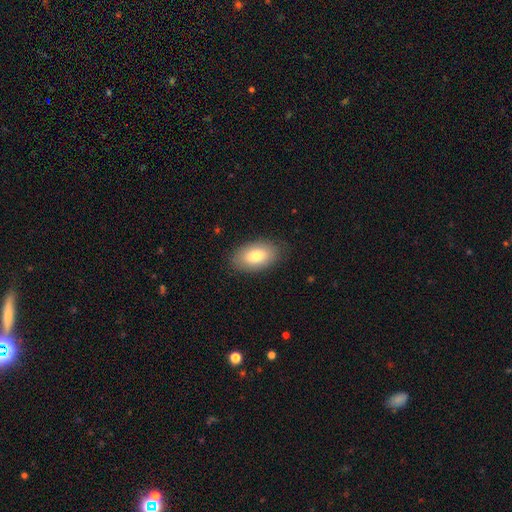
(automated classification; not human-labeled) Smooth or featured? Predicted: smooth (p=0.81). How rounded? Predicted: in between (p=0.94). Merging? Predicted: none (p=0.85).